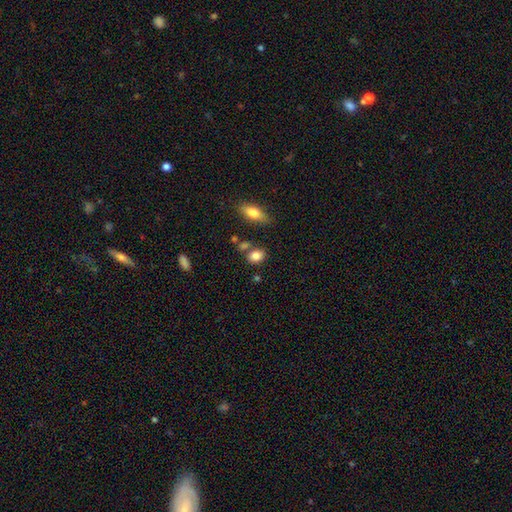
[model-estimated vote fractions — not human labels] The model was most divided on "how rounded": in between: 62%, round: 36%, cigar-shaped: 2%. More confident: smooth or featured — smooth (83%); merging — none (68%).